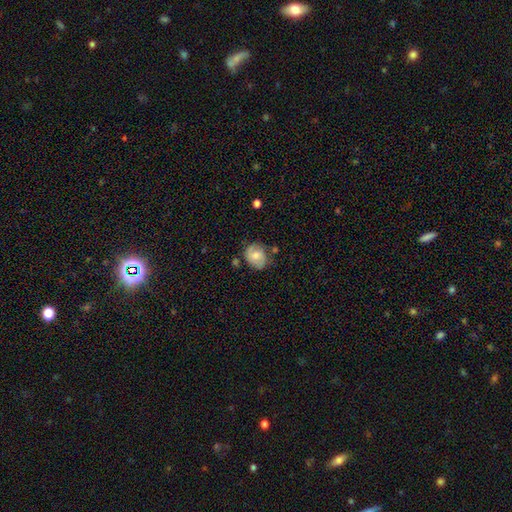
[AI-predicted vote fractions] A smooth galaxy with no disk features (49%).

Vote fractions:
- Smooth or featured? smooth: 49% / featured or disk: 43% / star or artifact: 8%
- Merging? none: 67% / minor disturbance: 23% / major disturbance: 6% / merger: 5%